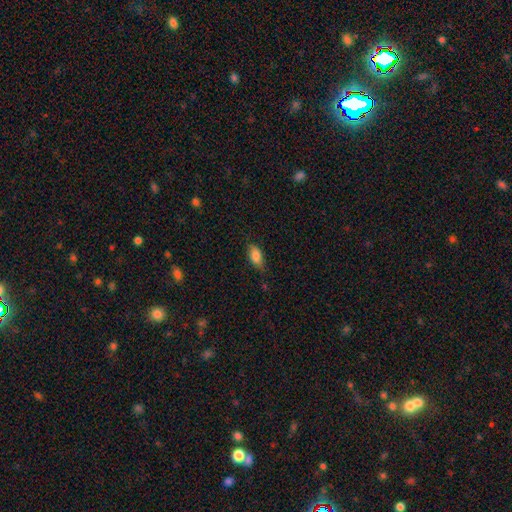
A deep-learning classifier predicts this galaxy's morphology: Q: Smooth or featured?
A: smooth (84%); runner-up: featured or disk (9%)
Q: How rounded?
A: in between (89%); runner-up: cigar-shaped (7%)
Q: Merging?
A: none (70%); runner-up: minor disturbance (24%)